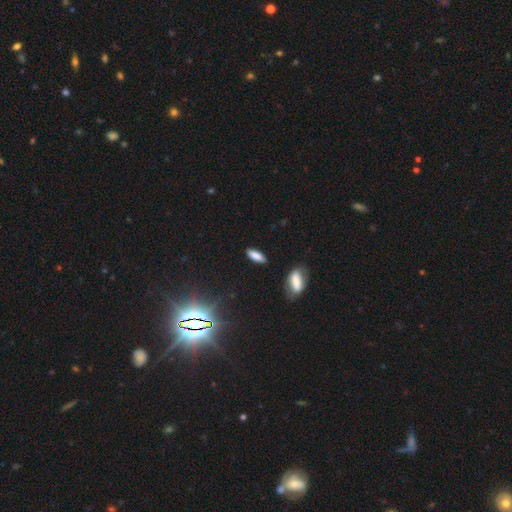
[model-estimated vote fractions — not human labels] The model was most divided on "how rounded": in between: 60%, cigar-shaped: 38%, round: 3%. More confident: merging — none (85%); smooth or featured — smooth (81%).